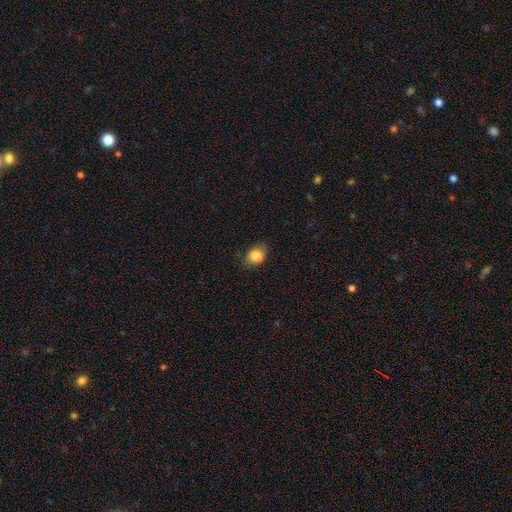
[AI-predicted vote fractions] A smooth galaxy with no disk features (86%) that is in between round and cigar-shaped (55%). Merging: none (71%).